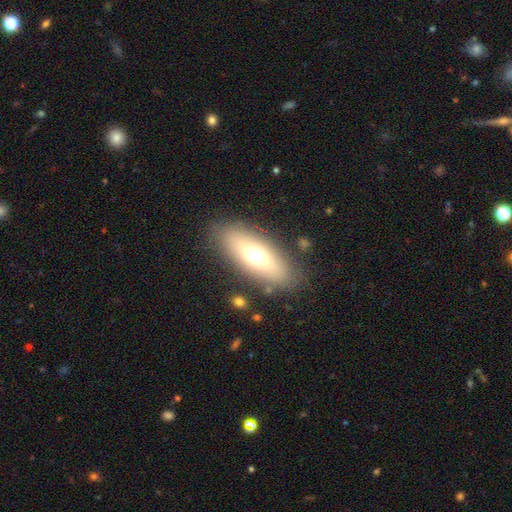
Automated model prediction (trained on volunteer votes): This is possibly a smooth galaxy (60%). How rounded: likely in between (70%). Merging: clearly none (83%).